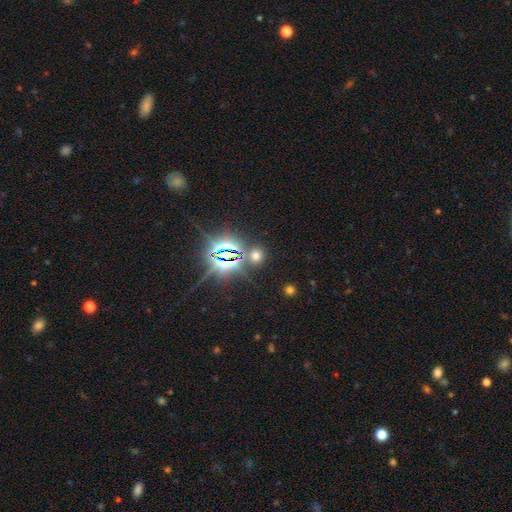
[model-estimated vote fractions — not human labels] Smooth or featured: smooth — 48% (star or artifact — 45%)
Merging: none — 82% (minor disturbance — 8%)